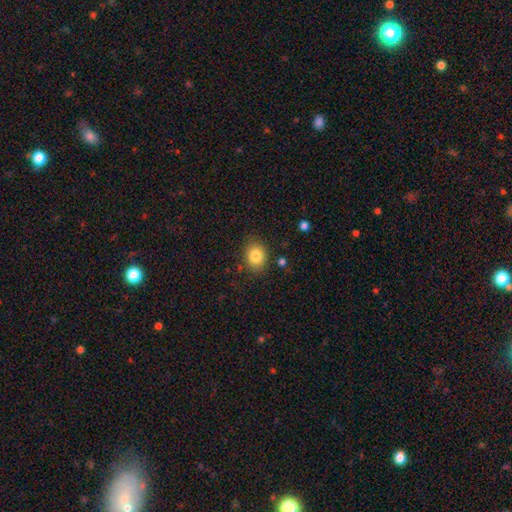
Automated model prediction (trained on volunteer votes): Overall: smooth (83%). How rounded: round (54%; in between 46%). Merging: none (83%).